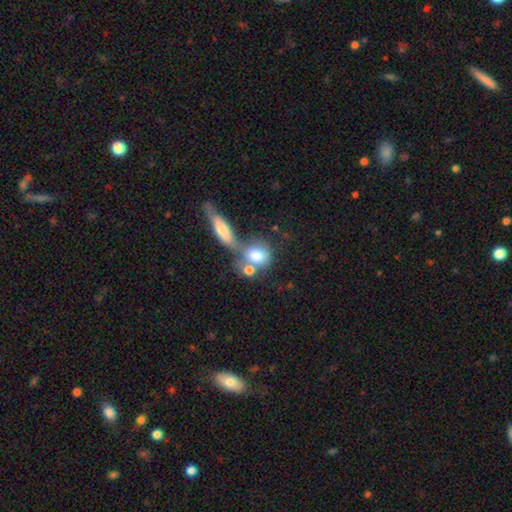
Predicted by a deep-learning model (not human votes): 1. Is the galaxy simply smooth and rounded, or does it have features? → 74% smooth, 17% featured or disk, 9% star or artifact.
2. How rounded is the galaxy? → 47% in between (tied), 47% round (tied), 6% cigar-shaped.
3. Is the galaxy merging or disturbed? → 52% merger, 30% none, 11% minor disturbance, 8% major disturbance.